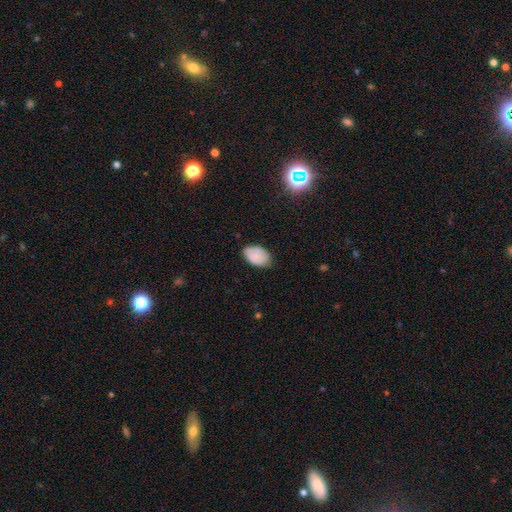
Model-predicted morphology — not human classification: type=smooth (80%); roundness=in between (90%); merging=none (73%).